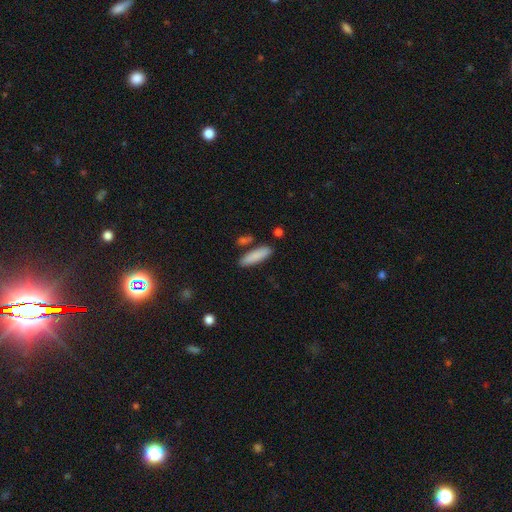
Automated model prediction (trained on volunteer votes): Smooth or featured? smooth (86%)
How rounded? cigar-shaped (64%)
Merging? none (82%)